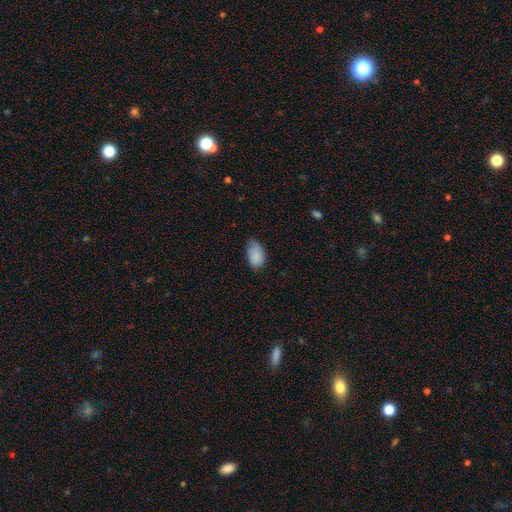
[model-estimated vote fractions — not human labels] Smooth or featured: smooth — 85% (featured or disk — 8%)
How rounded: in between — 93% (round — 6%)
Merging: none — 54% (minor disturbance — 38%)